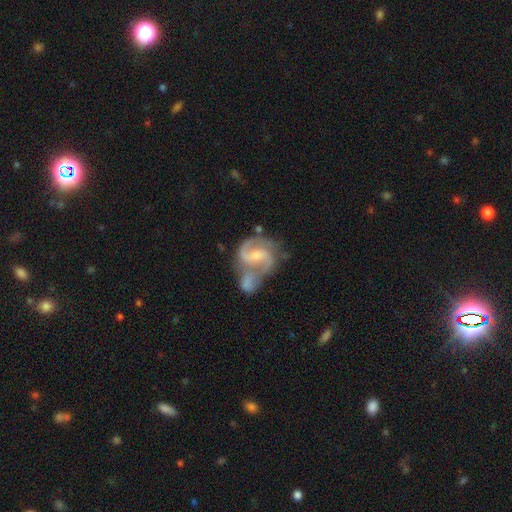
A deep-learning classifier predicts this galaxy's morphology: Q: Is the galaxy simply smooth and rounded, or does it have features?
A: featured or disk — 88%.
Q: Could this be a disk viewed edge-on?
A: no — 98%.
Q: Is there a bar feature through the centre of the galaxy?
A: weak — 48%.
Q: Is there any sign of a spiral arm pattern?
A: yes — 97%.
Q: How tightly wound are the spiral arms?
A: medium — 59%.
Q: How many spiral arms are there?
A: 2 — 88%.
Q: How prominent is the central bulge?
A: small — 52%.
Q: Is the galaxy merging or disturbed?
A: merger — 43%.